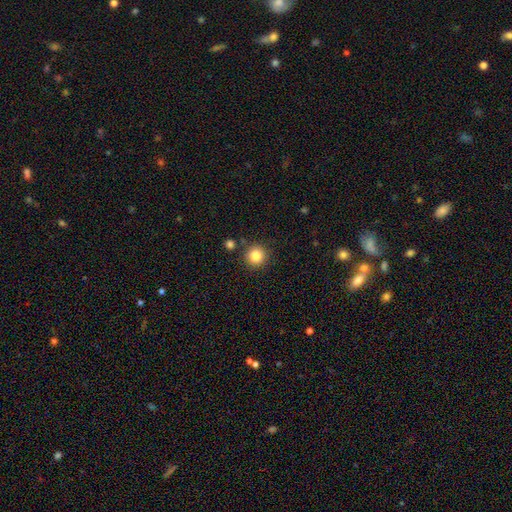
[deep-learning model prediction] The model was most divided on "smooth or featured": smooth: 84%, star or artifact: 11%, featured or disk: 5%. More confident: how rounded — round (95%); merging — none (87%).